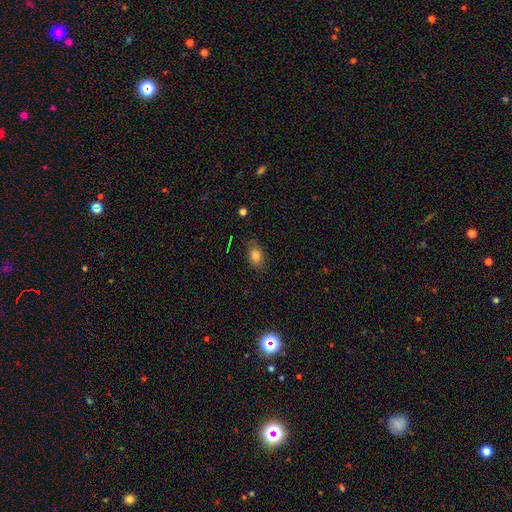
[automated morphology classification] type=smooth (82%); roundness=in between (77%); merging=none (76%).